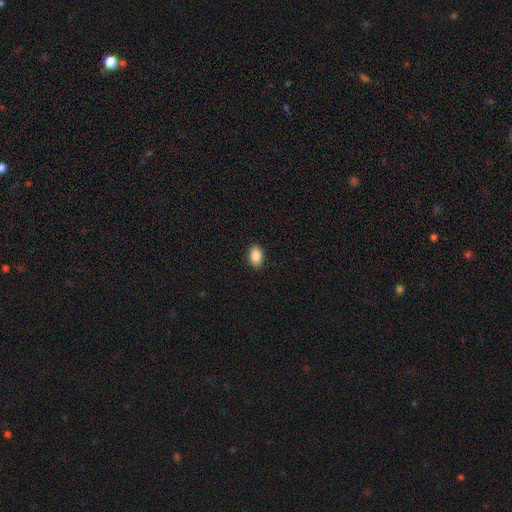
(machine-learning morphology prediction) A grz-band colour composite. It shows a smooth galaxy with no disk features (88%) that is in between round and cigar-shaped (88%). Merging: none (89%).